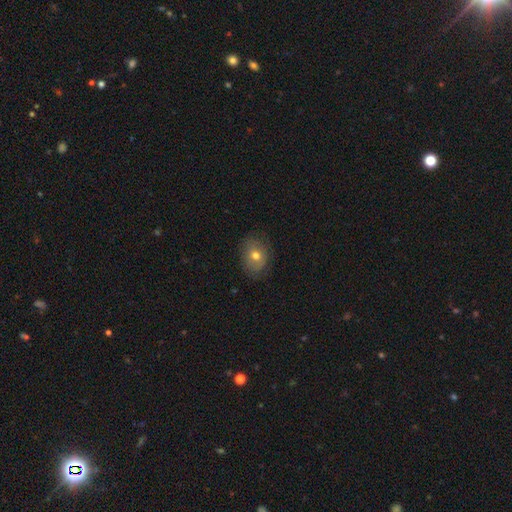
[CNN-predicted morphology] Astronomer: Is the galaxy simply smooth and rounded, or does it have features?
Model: smooth — 69%.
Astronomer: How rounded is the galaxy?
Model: in between — 54% (runner-up: round, 45%).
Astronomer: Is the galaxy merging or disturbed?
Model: none — 76%.